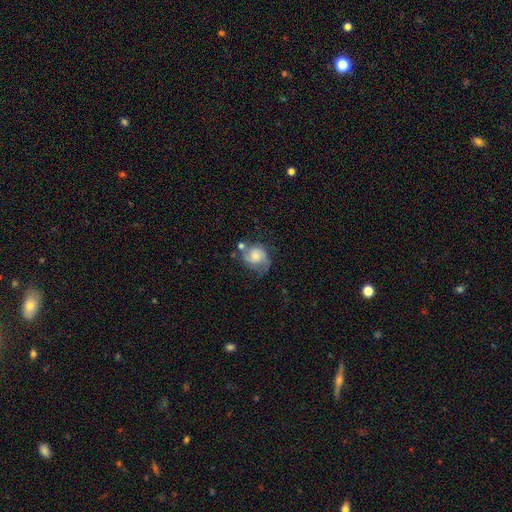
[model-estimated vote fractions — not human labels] smooth_or_featured: featured or disk (p=0.58) [alt: smooth p=0.34]
disk_edge_on: no (p=0.97) [alt: yes p=0.03]
bar: no (p=0.68) [alt: weak p=0.27]
has_spiral_arms: yes (p=0.87) [alt: no p=0.13]
bulge_size: moderate (p=0.46) [alt: small p=0.34]
merging: none (p=0.46) [alt: minor disturbance p=0.26]